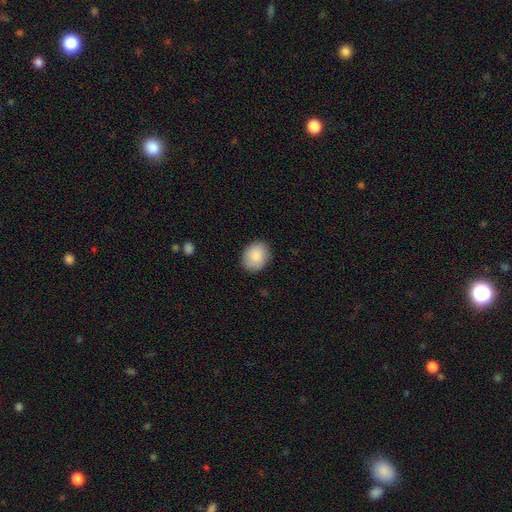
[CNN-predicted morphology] Q: Smooth or featured?
A: smooth (85%); runner-up: featured or disk (9%)
Q: How rounded?
A: in between (54%); runner-up: round (45%)
Q: Merging?
A: none (86%); runner-up: minor disturbance (11%)